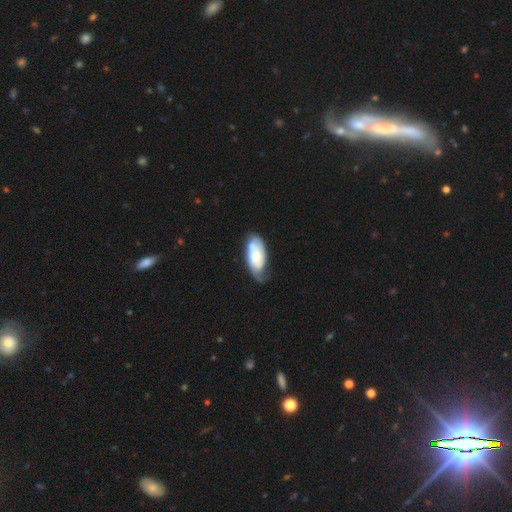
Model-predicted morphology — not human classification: Overall: smooth (50%; featured or disk 44%). How rounded: in between (89%). Merging: none (40%; minor disturbance 38%).